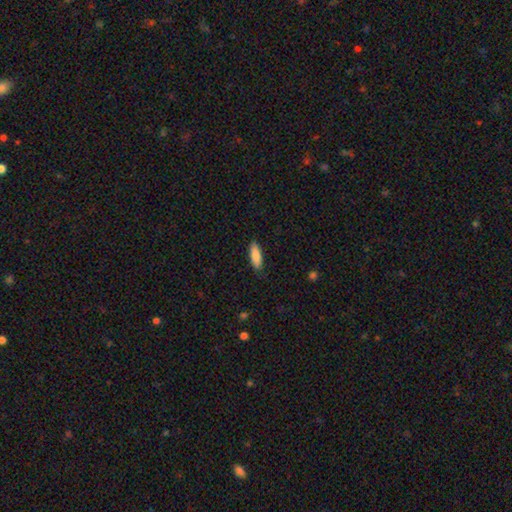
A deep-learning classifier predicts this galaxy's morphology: Smooth or featured: smooth — 87% (featured or disk — 7%)
How rounded: in between — 54% (cigar-shaped — 45%)
Merging: none — 86% (minor disturbance — 11%)